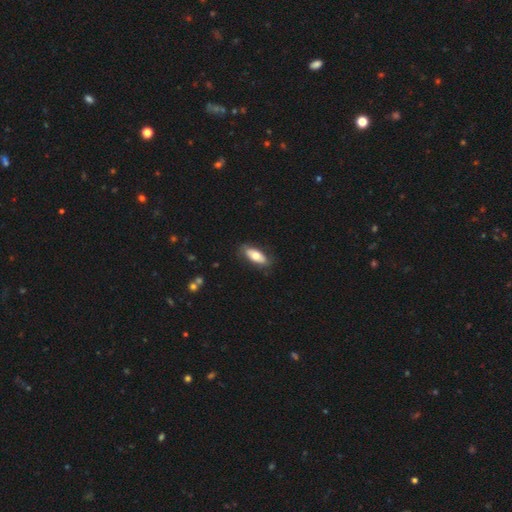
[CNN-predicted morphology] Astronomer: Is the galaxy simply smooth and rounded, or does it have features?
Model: smooth — 67%.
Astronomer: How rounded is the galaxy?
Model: in between — 81%.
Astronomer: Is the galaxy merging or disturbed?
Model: none — 80%.